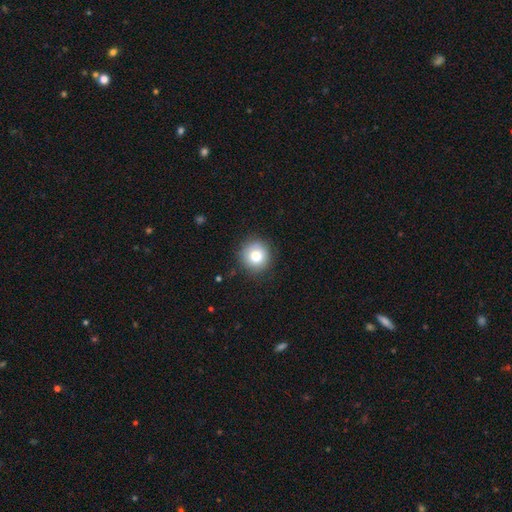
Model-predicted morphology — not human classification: Smooth or featured? smooth (79%)
How rounded? round (93%)
Merging? none (87%)